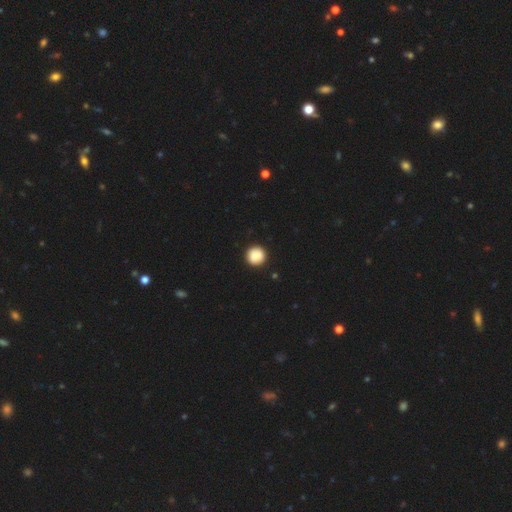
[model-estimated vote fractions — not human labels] A smooth galaxy with no disk features (88%) that is round (94%).

Vote fractions:
- Smooth or featured? smooth: 88% / star or artifact: 8% / featured or disk: 4%
- How rounded? round: 94% / in between: 5% / cigar-shaped: 1%
- Merging? none: 91% / minor disturbance: 6% / major disturbance: 2% / merger: 1%